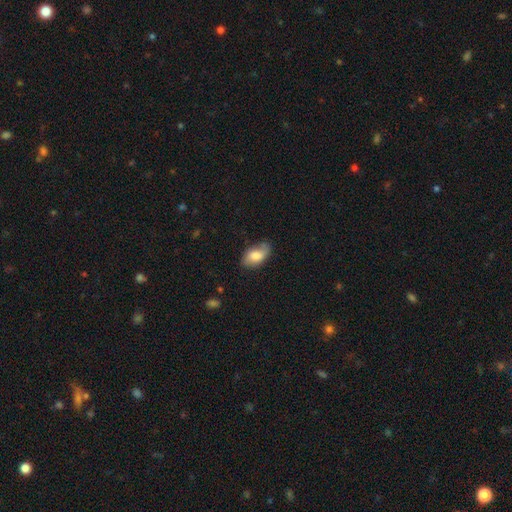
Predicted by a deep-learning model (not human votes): smooth_or_featured: smooth (p=0.72) [alt: featured or disk p=0.21]
how_rounded: in between (p=0.93) [alt: round p=0.05]
merging: none (p=0.66) [alt: minor disturbance p=0.26]